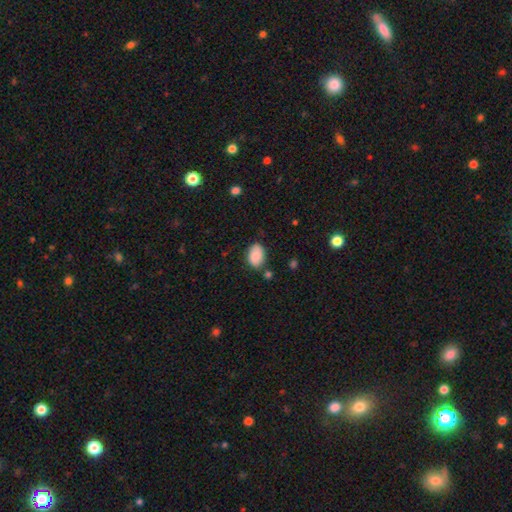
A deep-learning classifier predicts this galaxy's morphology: The model was most divided on "merging": none: 75%, minor disturbance: 17%, merger: 5%, major disturbance: 4%. More confident: how rounded — in between (87%); smooth or featured — smooth (82%).